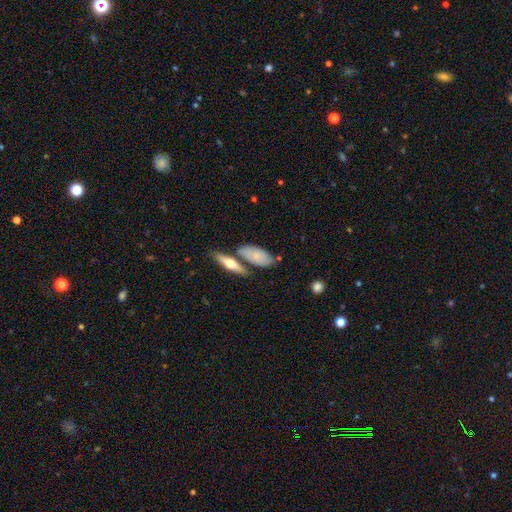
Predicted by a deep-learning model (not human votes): Smooth or featured? Predicted: smooth (p=0.68). How rounded? Predicted: in between (p=0.82). Merging? Predicted: none (p=0.59).